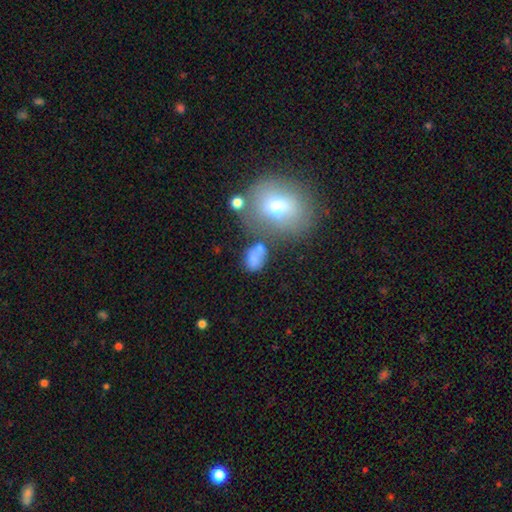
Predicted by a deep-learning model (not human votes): Q: Smooth or featured?
A: smooth (72%); runner-up: featured or disk (15%)
Q: How rounded?
A: in between (73%); runner-up: round (25%)
Q: Merging?
A: none (44%); runner-up: merger (21%)